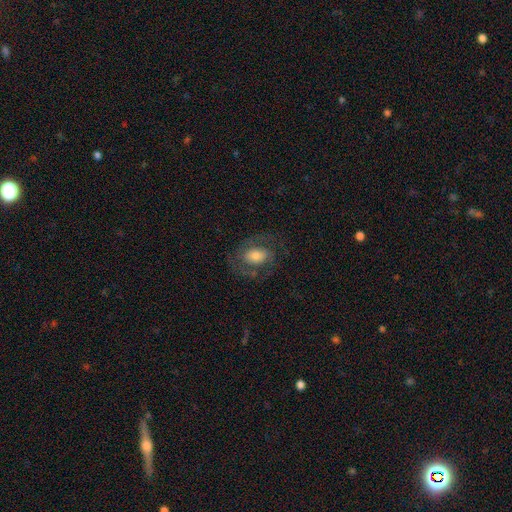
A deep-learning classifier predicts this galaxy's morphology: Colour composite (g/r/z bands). It shows a featured or disk galaxy (55%) with no bar (59%), spiral arms (71%) and a moderate central bulge (48%). Merging: none (68%).